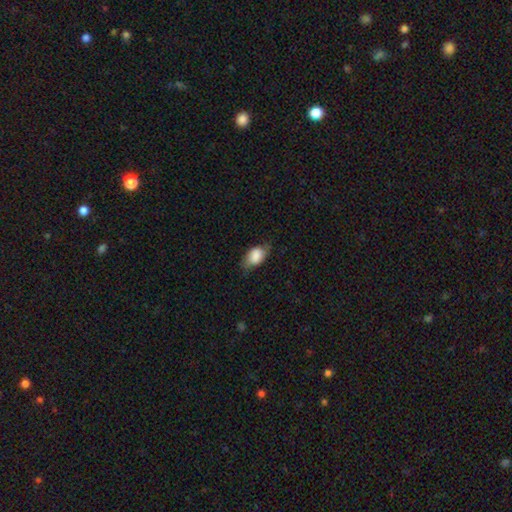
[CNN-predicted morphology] type=smooth (81%); roundness=in between (89%); merging=none (67%).